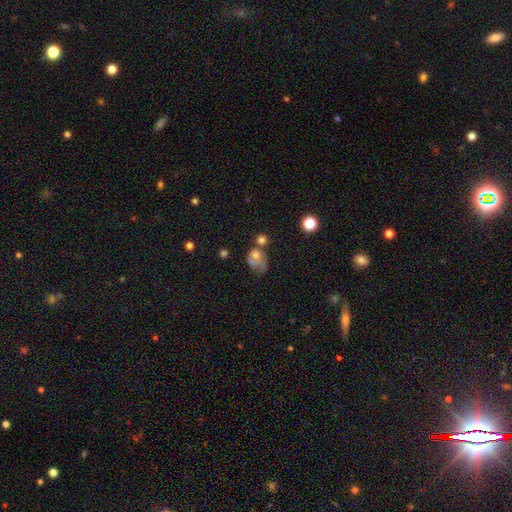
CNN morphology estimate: smooth-or-featured: smooth: 58% | featured or disk: 30% | star or artifact: 12%
  how-rounded: round: 51% | in between: 47% | cigar-shaped: 1%
  merging: major disturbance: 29% | none: 26% | minor disturbance: 24% | merger: 21%